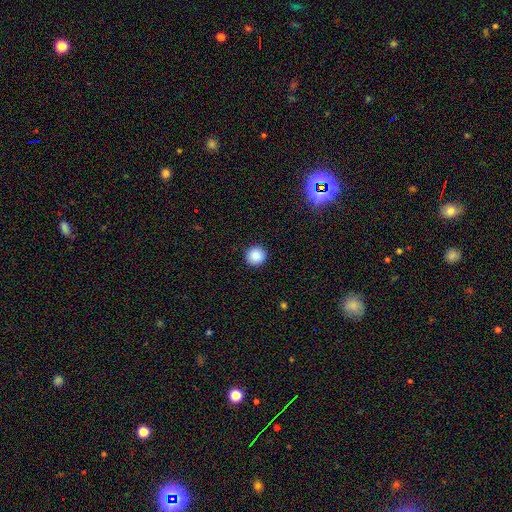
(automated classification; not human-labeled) Smooth or featured: smooth — 87% (star or artifact — 9%)
How rounded: round — 95% (in between — 4%)
Merging: none — 93% (minor disturbance — 4%)